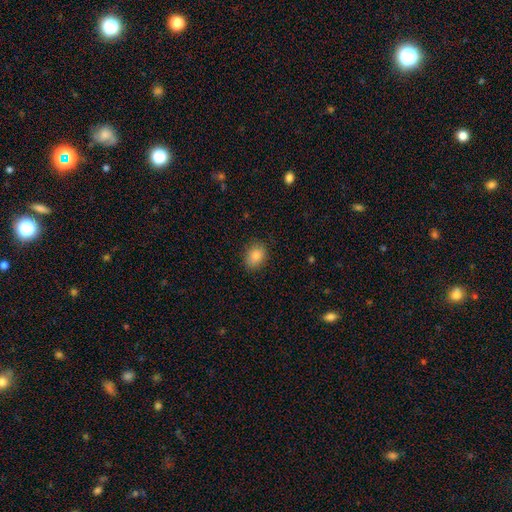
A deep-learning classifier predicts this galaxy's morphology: The model was most divided on "how rounded": in between: 63%, round: 36%, cigar-shaped: 1%. More confident: smooth or featured — smooth (85%); merging — none (85%).